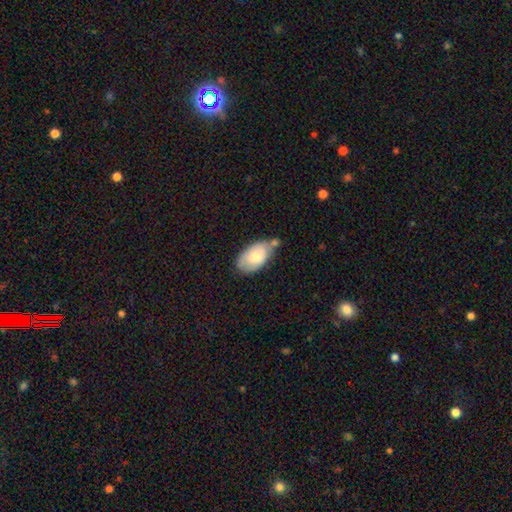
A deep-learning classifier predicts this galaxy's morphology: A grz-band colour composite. It shows a smooth galaxy with no disk features (75%) that is in between round and cigar-shaped (93%). Merging: none (49%).